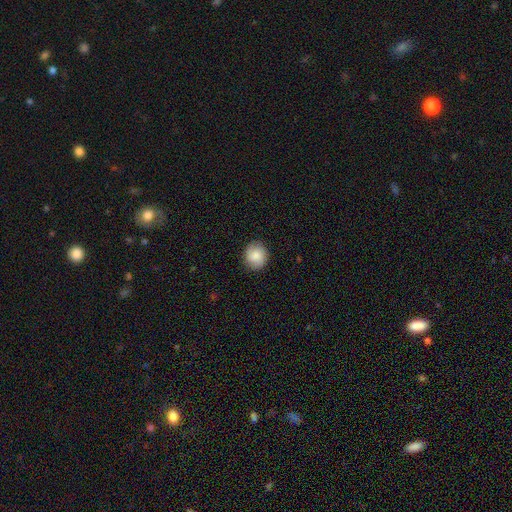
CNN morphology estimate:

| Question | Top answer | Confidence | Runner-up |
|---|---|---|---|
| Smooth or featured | smooth | 77% | featured or disk (15%) |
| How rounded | round | 83% | in between (16%) |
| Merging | none | 87% | minor disturbance (10%) |